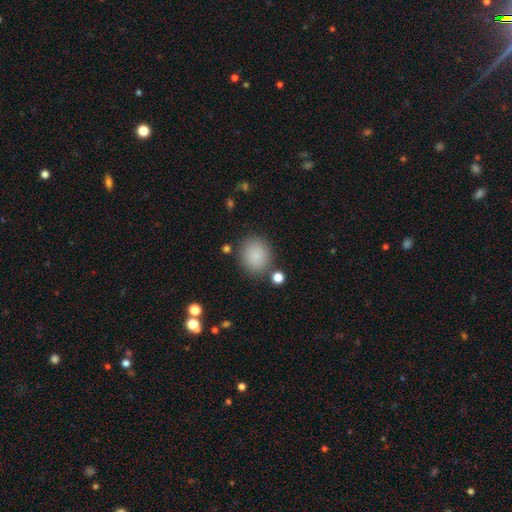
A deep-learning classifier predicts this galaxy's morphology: smooth_or_featured: smooth (p=0.86) [alt: star or artifact p=0.09]
how_rounded: round (p=0.74) [alt: in between p=0.25]
merging: none (p=0.82) [alt: minor disturbance p=0.10]